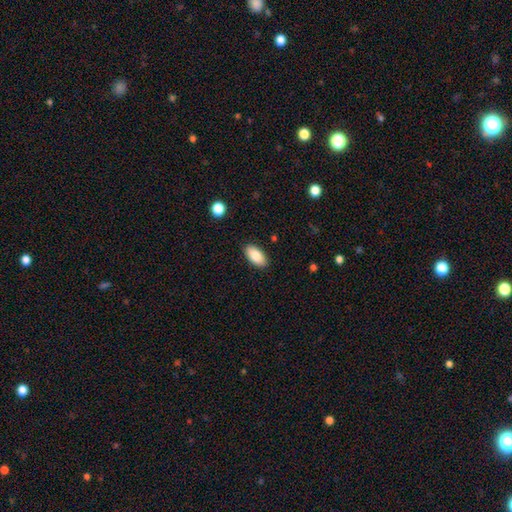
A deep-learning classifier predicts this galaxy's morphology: Smooth or featured?
  - smooth: 83% *
  - featured or disk: 10%
  - star or artifact: 7%
How rounded?
  - in between: 93% *
  - cigar-shaped: 5%
  - round: 3%
Merging?
  - none: 89% *
  - minor disturbance: 8%
  - major disturbance: 2%
  - merger: 1%